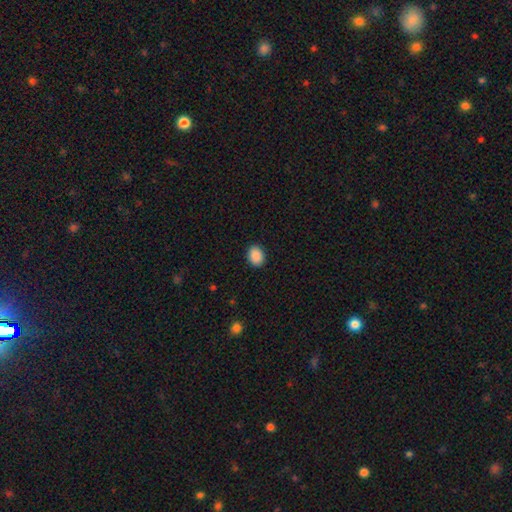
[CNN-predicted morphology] This is clearly a smooth galaxy (90%). How rounded: likely in between (64%). Merging: clearly none (90%).